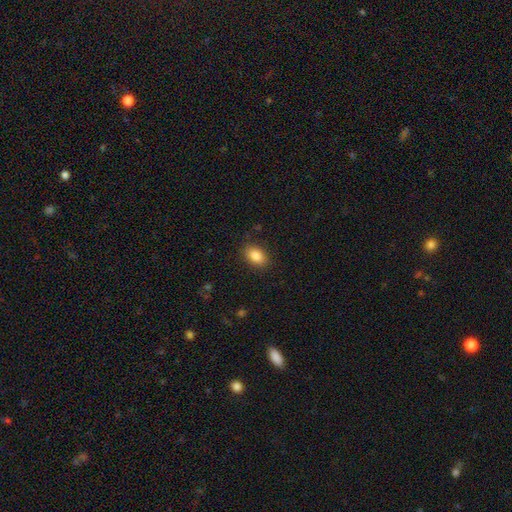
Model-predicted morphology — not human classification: Smooth or featured: smooth — 86% (star or artifact — 8%)
How rounded: in between — 85% (round — 13%)
Merging: none — 86% (minor disturbance — 10%)